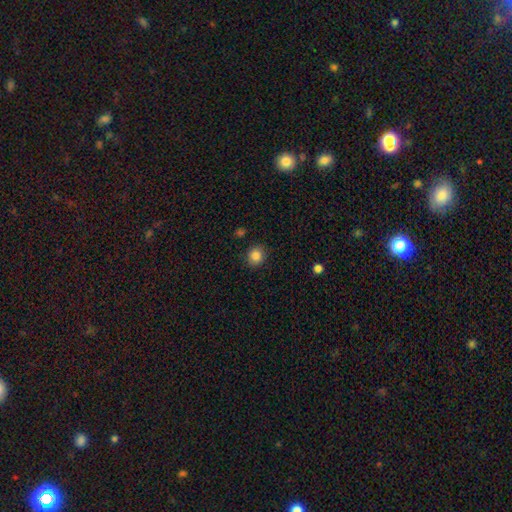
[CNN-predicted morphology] smooth_or_featured: smooth (p=0.85) [alt: star or artifact p=0.11]
how_rounded: round (p=0.83) [alt: in between p=0.16]
merging: none (p=0.88) [alt: minor disturbance p=0.08]